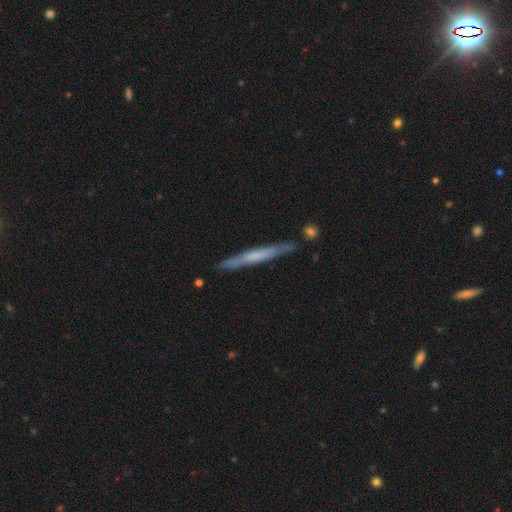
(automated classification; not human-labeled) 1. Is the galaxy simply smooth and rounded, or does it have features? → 53% featured or disk, 41% smooth, 6% star or artifact.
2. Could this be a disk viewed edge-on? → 94% yes, 6% no.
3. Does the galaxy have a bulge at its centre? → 71% none, 19% rounded, 10% boxy.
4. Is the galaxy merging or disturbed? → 85% none, 10% minor disturbance, 3% merger, 2% major disturbance.